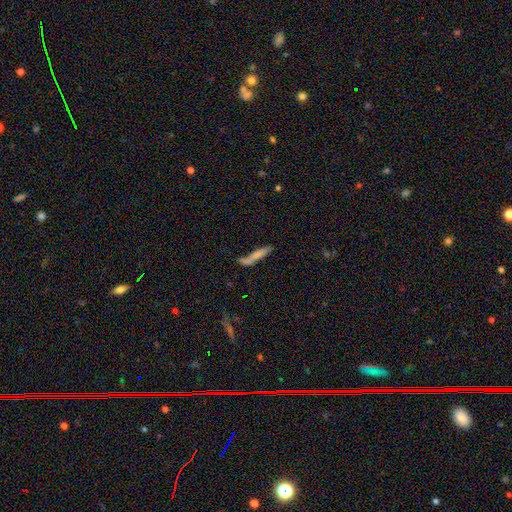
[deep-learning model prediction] This is likely a smooth galaxy (66%). How rounded: clearly cigar-shaped (89%). Merging: possibly none (56%).